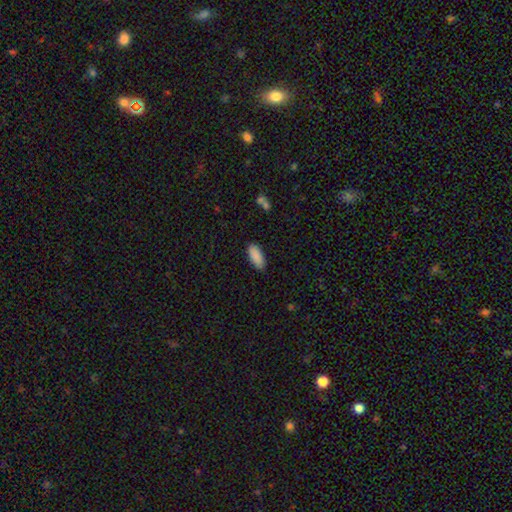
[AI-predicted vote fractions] Q: Smooth or featured?
A: smooth (90%); runner-up: star or artifact (6%)
Q: How rounded?
A: in between (83%); runner-up: cigar-shaped (16%)
Q: Merging?
A: none (87%); runner-up: minor disturbance (9%)